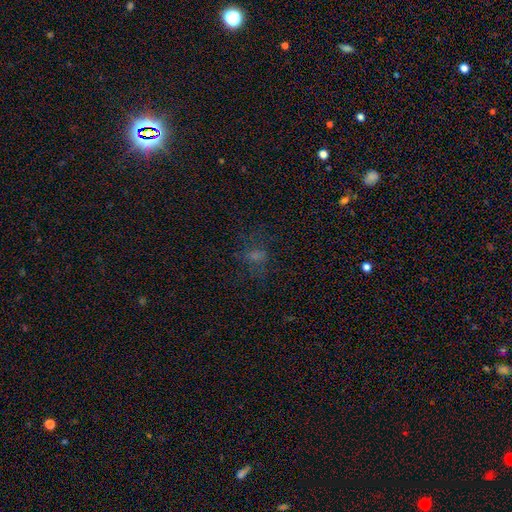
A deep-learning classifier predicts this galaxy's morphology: Smooth or featured? smooth (39%)
Merging? none (66%)